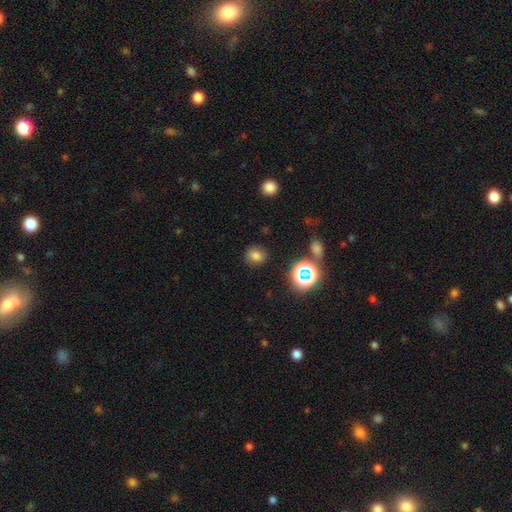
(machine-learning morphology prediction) Q: Smooth or featured?
A: smooth (74%); runner-up: star or artifact (19%)
Q: How rounded?
A: round (65%); runner-up: in between (33%)
Q: Merging?
A: none (83%); runner-up: minor disturbance (11%)